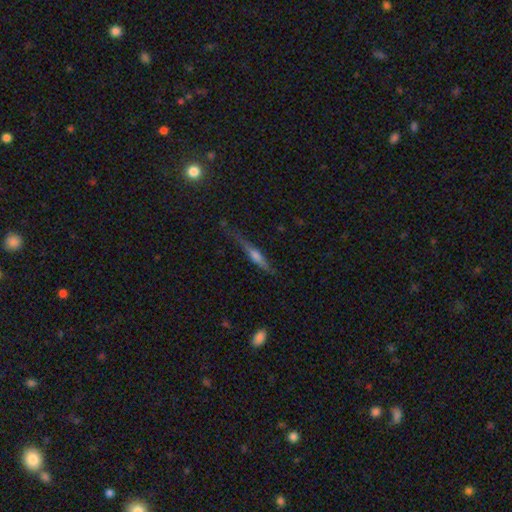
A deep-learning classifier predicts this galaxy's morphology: Q: Smooth or featured?
A: featured or disk (61%); runner-up: smooth (30%)
Q: Edge-on disk?
A: yes (94%); runner-up: no (6%)
Q: Edge-on bulge?
A: rounded (76%); runner-up: none (12%)
Q: Merging?
A: none (66%); runner-up: minor disturbance (23%)